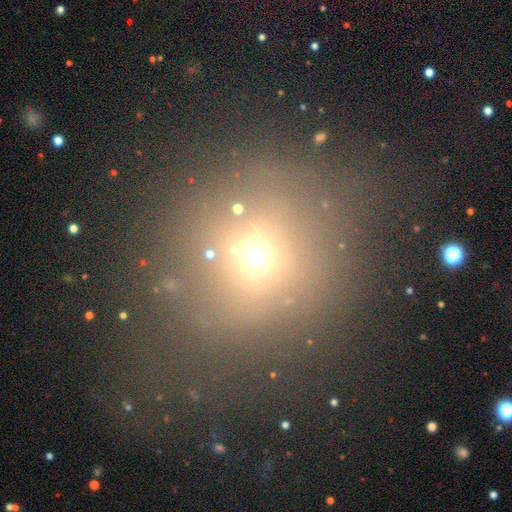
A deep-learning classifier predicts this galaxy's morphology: Smooth or featured? Predicted: smooth (p=0.59). How rounded? Predicted: round (p=0.88). Merging? Predicted: none (p=0.72).